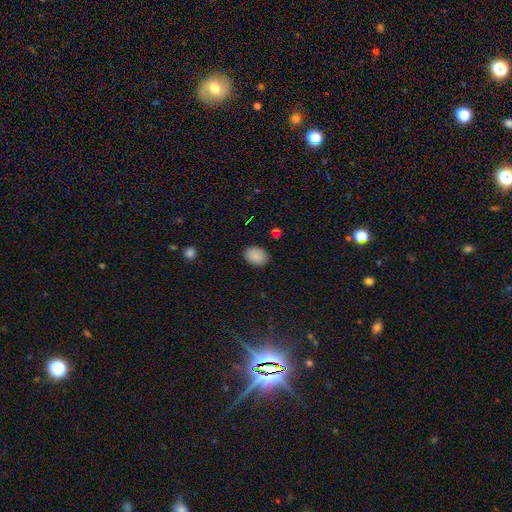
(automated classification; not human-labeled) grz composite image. It shows a smooth galaxy with no disk features (88%) that is in between round and cigar-shaped (76%). Merging: none (86%).